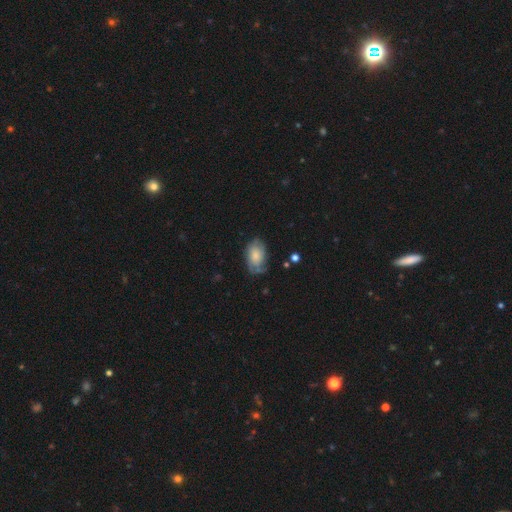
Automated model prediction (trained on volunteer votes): The model was most divided on "smooth or featured": smooth: 59%, featured or disk: 34%, star or artifact: 7%. More confident: how rounded — in between (88%); merging — none (56%).